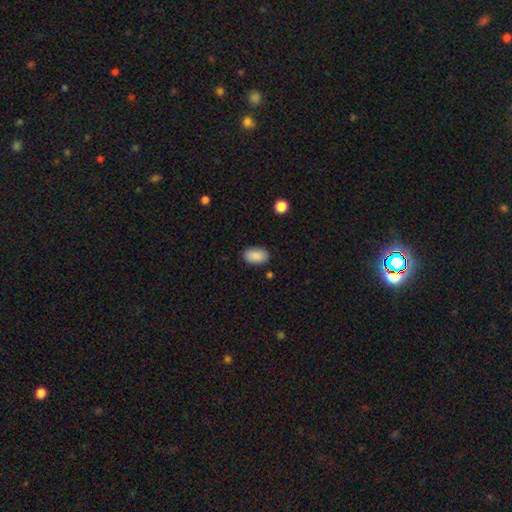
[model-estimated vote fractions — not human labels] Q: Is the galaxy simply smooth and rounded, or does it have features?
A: smooth — 88%.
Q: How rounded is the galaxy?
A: in between — 92%.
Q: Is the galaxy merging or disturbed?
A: none — 84%.